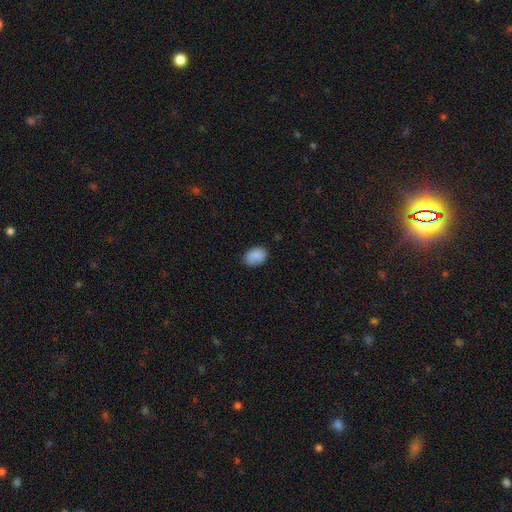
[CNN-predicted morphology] Q: Smooth or featured?
A: smooth (87%); runner-up: star or artifact (8%)
Q: How rounded?
A: in between (77%); runner-up: round (22%)
Q: Merging?
A: none (80%); runner-up: minor disturbance (16%)